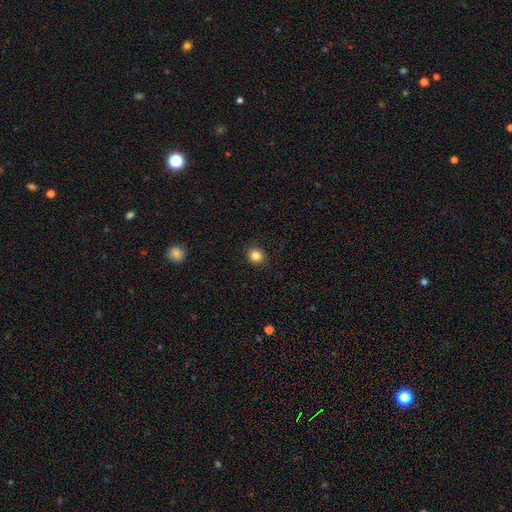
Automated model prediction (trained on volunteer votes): Smooth or featured? smooth (85%)
How rounded? round (88%)
Merging? none (91%)